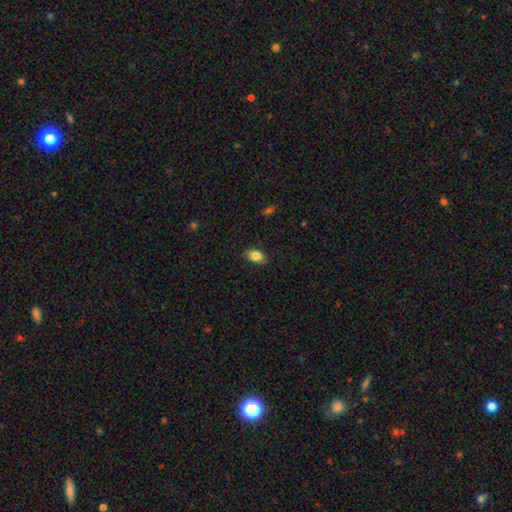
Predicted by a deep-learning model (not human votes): smooth-or-featured: smooth: 84% | star or artifact: 8% | featured or disk: 7%
  how-rounded: in between: 85% | round: 14% | cigar-shaped: 1%
  merging: none: 86% | minor disturbance: 10% | major disturbance: 2% | merger: 1%